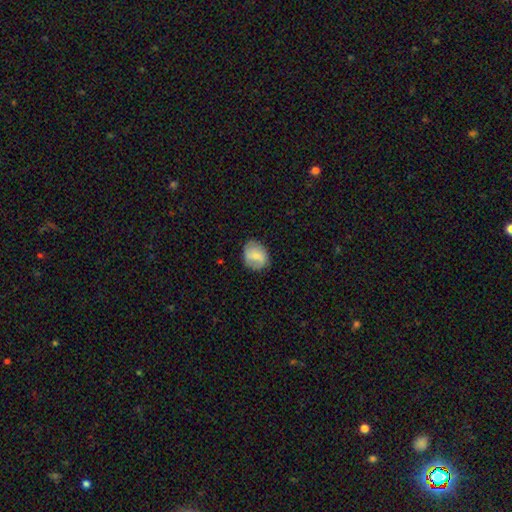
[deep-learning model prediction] Morphology: type=smooth (59%); roundness=round (59%); merging=none (77%).